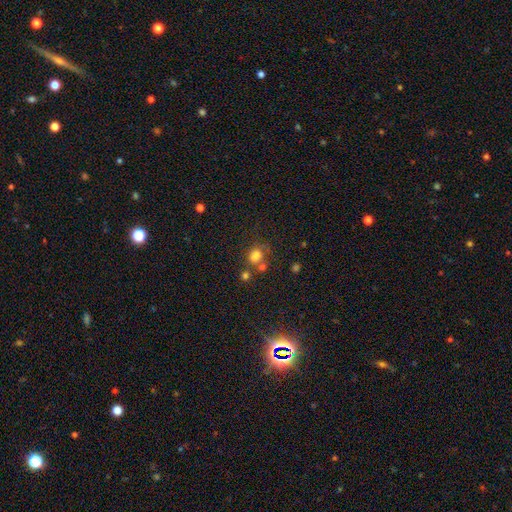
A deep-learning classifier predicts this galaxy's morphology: A smooth galaxy with no disk features (76%) that is round (51%).

Vote fractions:
- Smooth or featured? smooth: 76% / star or artifact: 15% / featured or disk: 10%
- How rounded? round: 51% / in between: 48% / cigar-shaped: 1%
- Merging? none: 45% / merger: 29% / minor disturbance: 16% / major disturbance: 10%